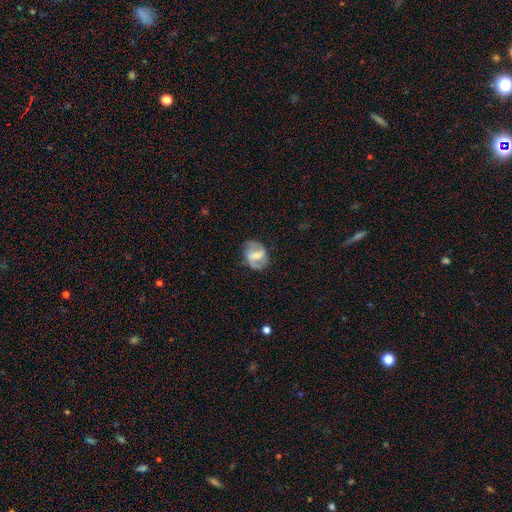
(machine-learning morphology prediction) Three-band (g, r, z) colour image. It shows a featured or disk galaxy (68%) with a strong bar (49%), 2 (83%) medium (45%) spiral arms (79%) and a moderate central bulge (39%). Merging: none (70%).